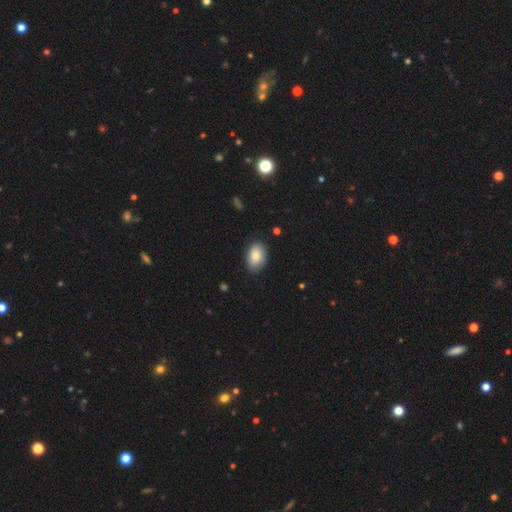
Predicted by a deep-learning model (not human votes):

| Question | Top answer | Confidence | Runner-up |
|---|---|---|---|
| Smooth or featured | smooth | 83% | featured or disk (10%) |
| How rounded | in between | 89% | round (10%) |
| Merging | none | 83% | minor disturbance (14%) |